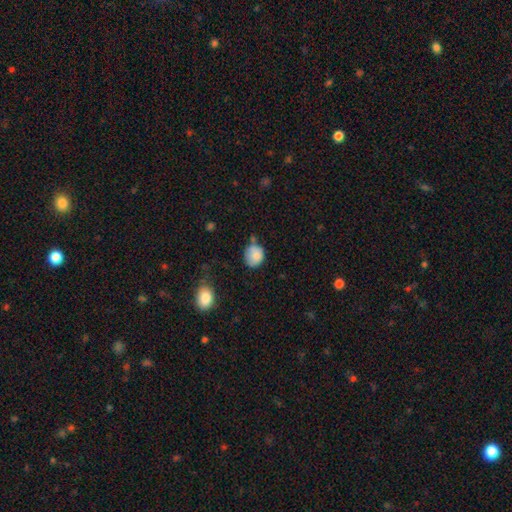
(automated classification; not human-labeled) Smooth or featured? smooth (81%)
How rounded? round (72%)
Merging? none (57%)